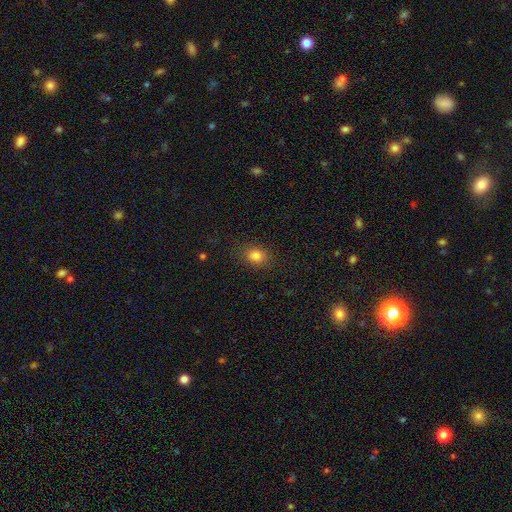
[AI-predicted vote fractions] This appears to be a smooth galaxy with no disk features (81%) that is in between round and cigar-shaped (56%). Merging: none (82%).